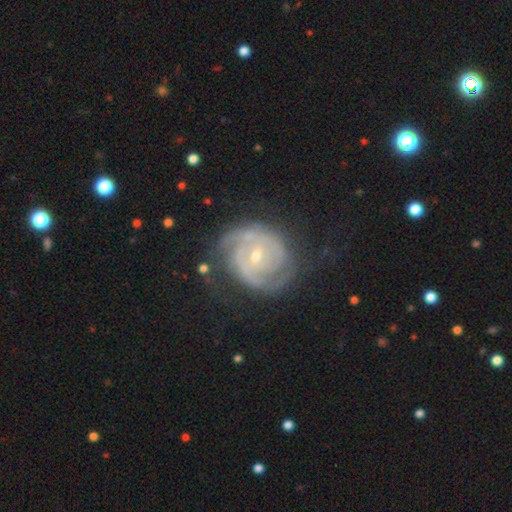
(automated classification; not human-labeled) A featured or disk galaxy (88%) with no bar (45%), 2 (48%) tight (71%) spiral arms (96%) and a small central bulge (62%). Merging: none (67%).